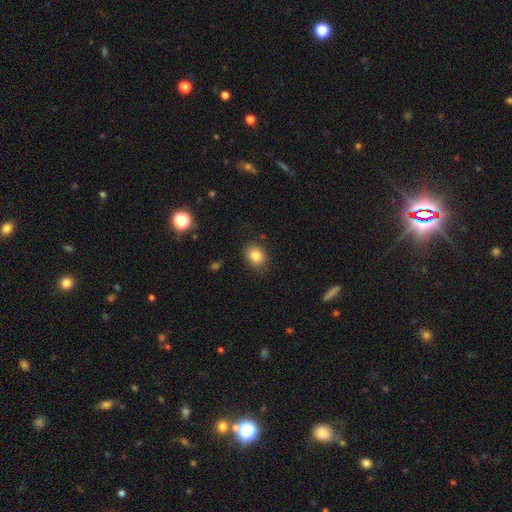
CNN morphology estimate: type=smooth (83%); roundness=in between (56%); merging=none (83%).